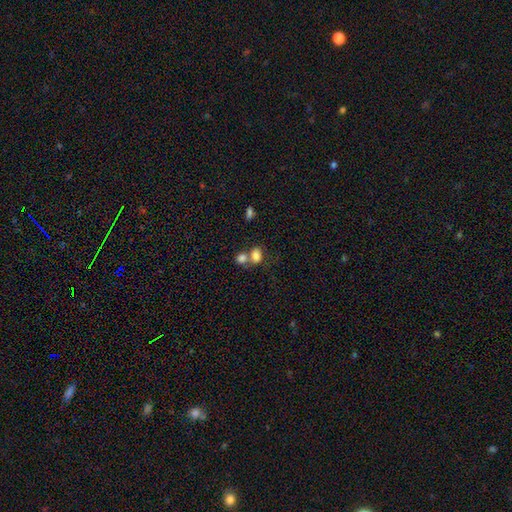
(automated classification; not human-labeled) Q: Smooth or featured?
A: smooth (80%); runner-up: star or artifact (11%)
Q: How rounded?
A: in between (71%); runner-up: round (27%)
Q: Merging?
A: merger (51%); runner-up: none (34%)